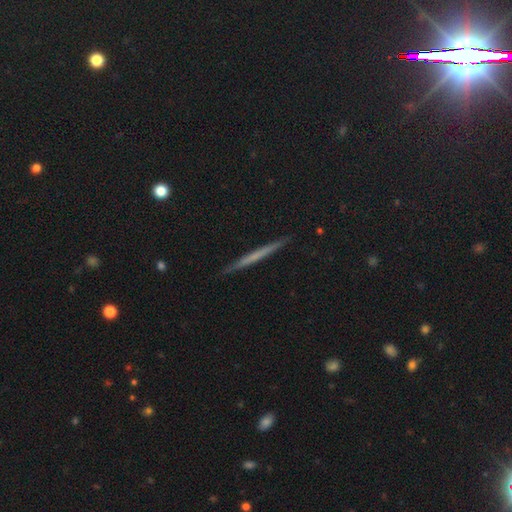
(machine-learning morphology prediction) Smooth or featured? featured or disk (48%)
Merging? none (91%)